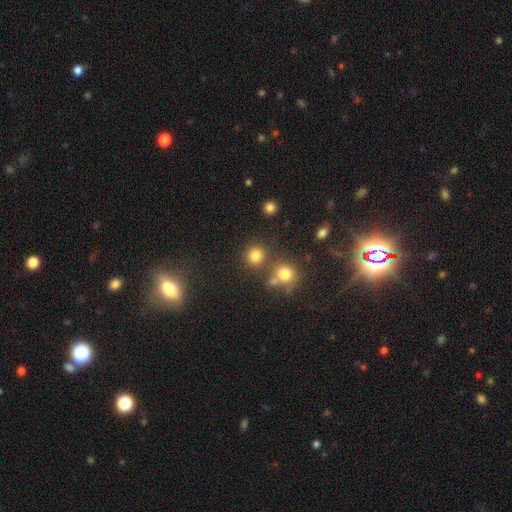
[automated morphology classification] smooth 80%, star or artifact 15%, featured or disk 6%. Down the decision tree: how rounded — round (89%); merging — none (76%).